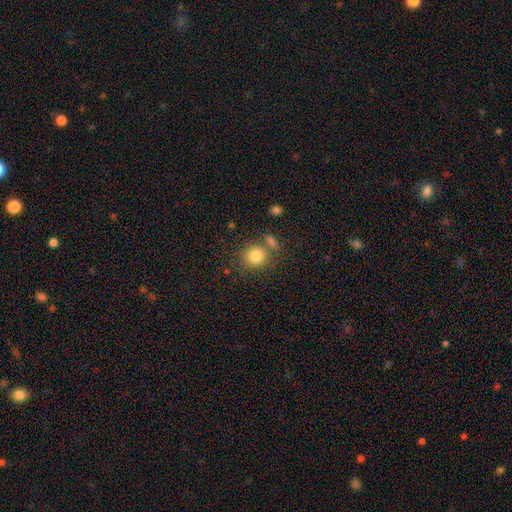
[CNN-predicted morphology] Smooth or featured? Predicted: smooth (p=0.82). How rounded? Predicted: round (p=0.82). Merging? Predicted: none (p=0.65).